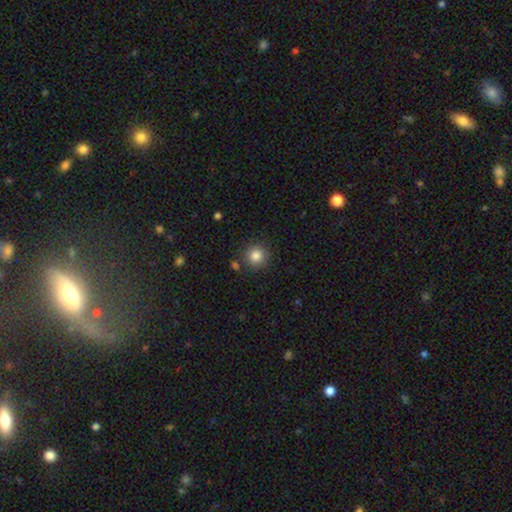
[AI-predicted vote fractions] Q: Smooth or featured?
A: smooth (84%); runner-up: star or artifact (11%)
Q: How rounded?
A: round (94%); runner-up: in between (5%)
Q: Merging?
A: none (86%); runner-up: minor disturbance (7%)